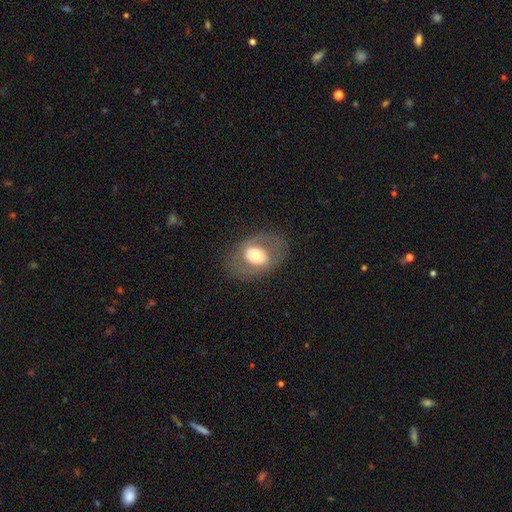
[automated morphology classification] The model was most divided on "smooth or featured": featured or disk: 47%, smooth: 45%, star or artifact: 8%. More confident: merging — none (73%).